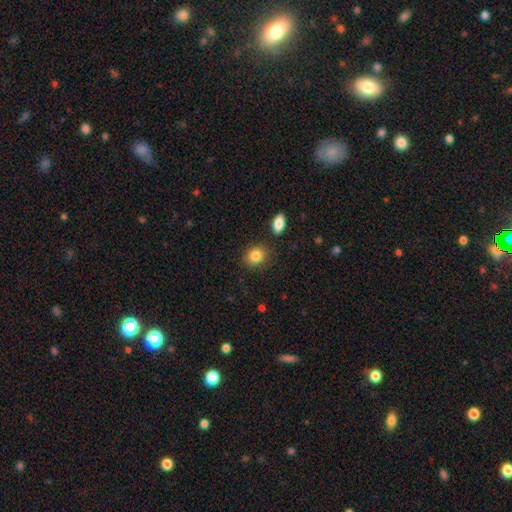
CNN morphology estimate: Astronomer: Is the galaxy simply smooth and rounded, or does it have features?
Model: smooth — 86%.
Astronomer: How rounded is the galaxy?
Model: round — 55% (runner-up: in between, 44%).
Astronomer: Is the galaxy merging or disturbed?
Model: none — 83%.